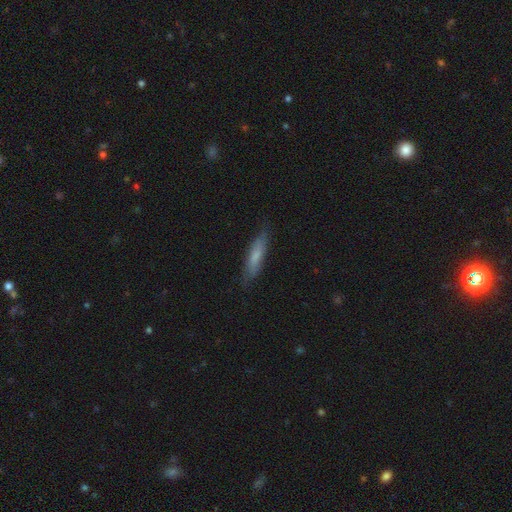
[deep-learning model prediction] Smooth or featured? Predicted: smooth (p=0.68). How rounded? Predicted: cigar-shaped (p=0.79). Merging? Predicted: none (p=0.80).